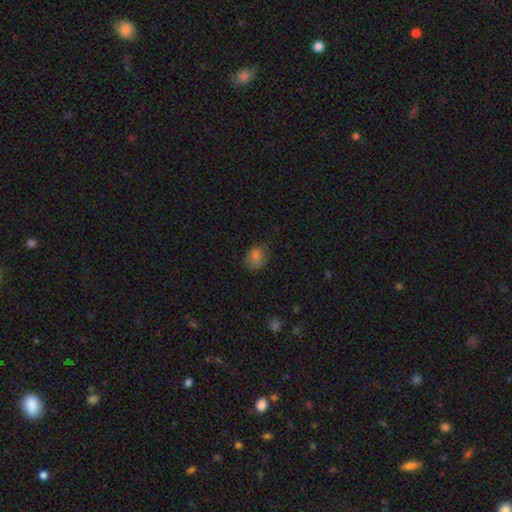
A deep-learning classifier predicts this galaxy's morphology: A smooth galaxy with no disk features (80%) that is in between round and cigar-shaped (51%). Merging: none (67%).